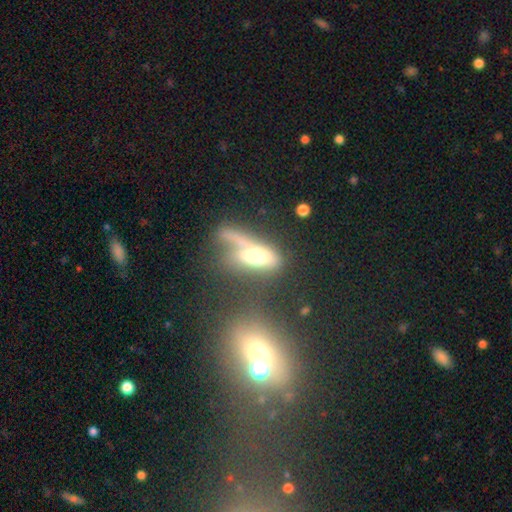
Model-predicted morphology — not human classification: smooth_or_featured: smooth (p=0.51) [alt: featured or disk p=0.39]
how_rounded: in between (p=0.61) [alt: cigar-shaped p=0.33]
merging: merger (p=0.31) [alt: major disturbance p=0.28]